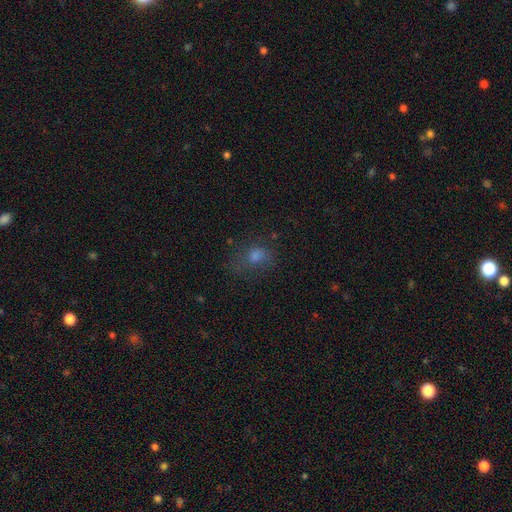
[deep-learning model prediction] smooth 62%, star or artifact 22%, featured or disk 16%. Down the decision tree: how rounded — in between (53%); merging — none (57%).